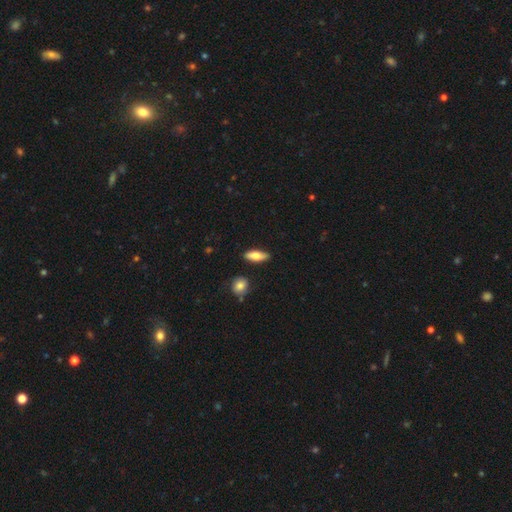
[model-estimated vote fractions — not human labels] This is likely a smooth galaxy (72%). How rounded: likely in between (65%). Merging: clearly none (85%).